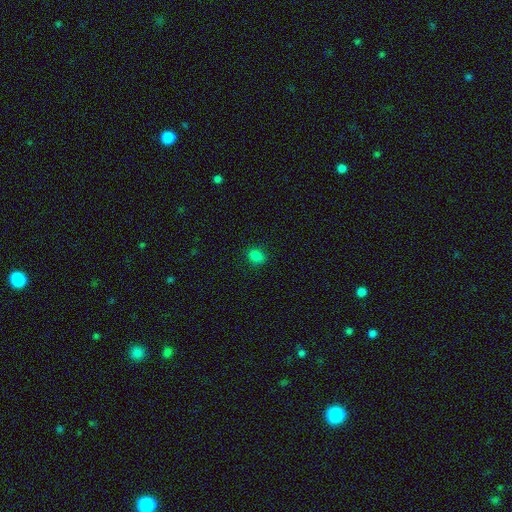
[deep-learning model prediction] Morphology: type=smooth (82%); roundness=in between (58%); merging=none (87%).